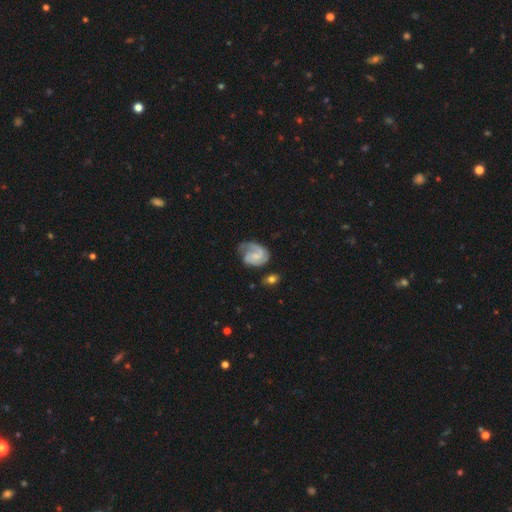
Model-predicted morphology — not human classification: Smooth or featured: featured or disk — 76% (smooth — 18%)
Edge-on disk: no — 98% (yes — 2%)
Bar: no — 49% (weak — 42%)
Spiral arms: yes — 94% (no — 6%)
Spiral winding: medium — 43% (tight — 38%)
Spiral arm count: 2 — 57% (1 — 27%)
Bulge size: small — 51% (none — 28%)
Merging: none — 50% (minor disturbance — 27%)